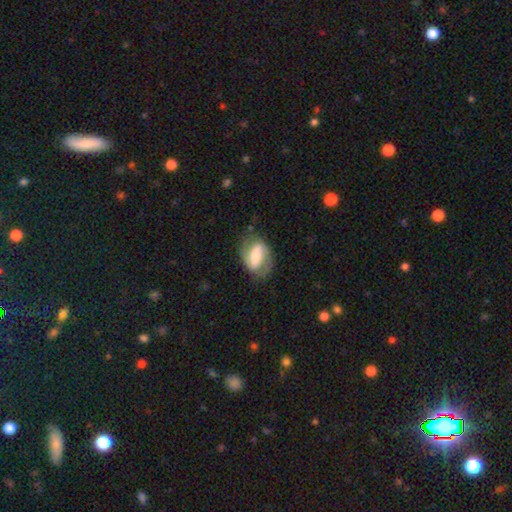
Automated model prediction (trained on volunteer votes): A featured or disk galaxy (68%) with a strong bar (43%), 2 (87%) medium (46%) spiral arms (85%) and a moderate central bulge (53%). Merging: none (72%).